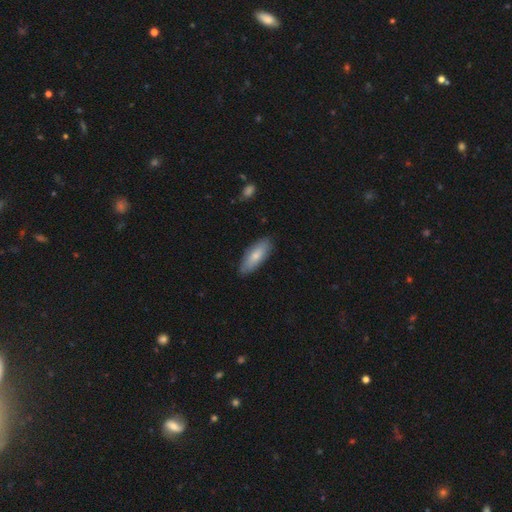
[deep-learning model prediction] Q: Smooth or featured?
A: smooth (76%); runner-up: featured or disk (18%)
Q: How rounded?
A: in between (70%); runner-up: cigar-shaped (28%)
Q: Merging?
A: none (85%); runner-up: minor disturbance (12%)